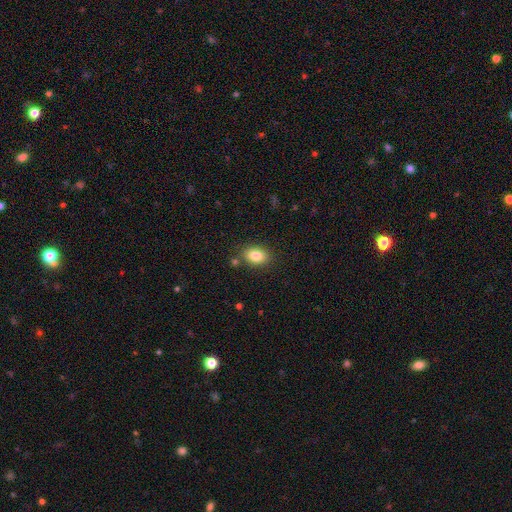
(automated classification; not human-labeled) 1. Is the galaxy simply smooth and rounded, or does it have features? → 84% smooth, 8% star or artifact, 7% featured or disk.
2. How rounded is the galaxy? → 83% in between, 16% round, 1% cigar-shaped.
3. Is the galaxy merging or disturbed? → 83% none, 10% minor disturbance, 4% merger, 3% major disturbance.